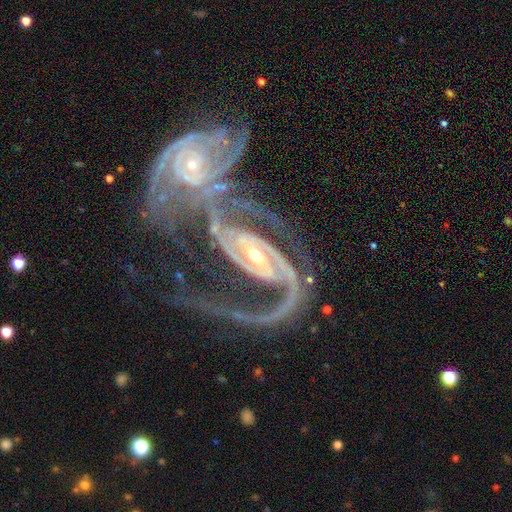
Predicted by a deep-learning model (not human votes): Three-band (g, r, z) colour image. It shows a featured or disk galaxy (92%) with a strong bar (38%), 2 (79%) medium (47%) spiral arms (98%) and a moderate central bulge (50%). Merging: merger (40%).